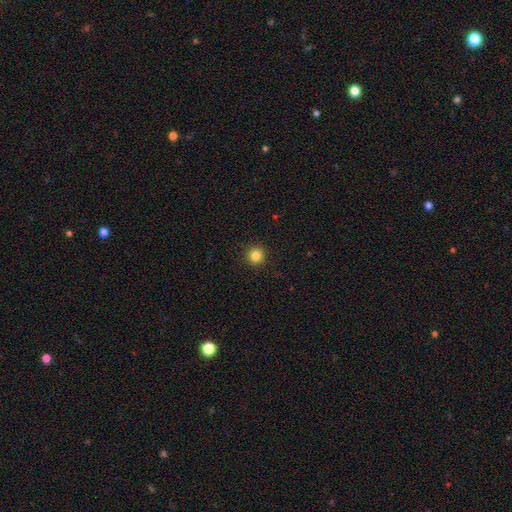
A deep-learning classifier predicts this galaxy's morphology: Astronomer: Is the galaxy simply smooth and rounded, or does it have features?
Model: smooth — 84%.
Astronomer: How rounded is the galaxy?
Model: round — 94%.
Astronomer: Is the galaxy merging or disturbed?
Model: none — 93%.